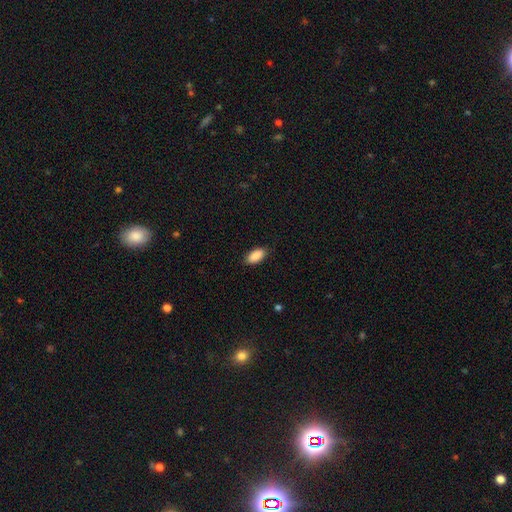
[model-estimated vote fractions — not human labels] Smooth or featured? smooth (90%)
How rounded? in between (92%)
Merging? none (86%)